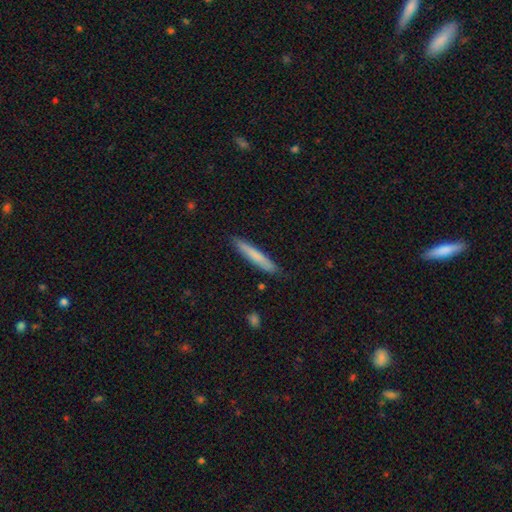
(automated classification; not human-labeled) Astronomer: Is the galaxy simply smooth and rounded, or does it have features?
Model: smooth — 74%.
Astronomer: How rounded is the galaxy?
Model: cigar-shaped — 95%.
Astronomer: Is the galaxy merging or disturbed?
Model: none — 87%.